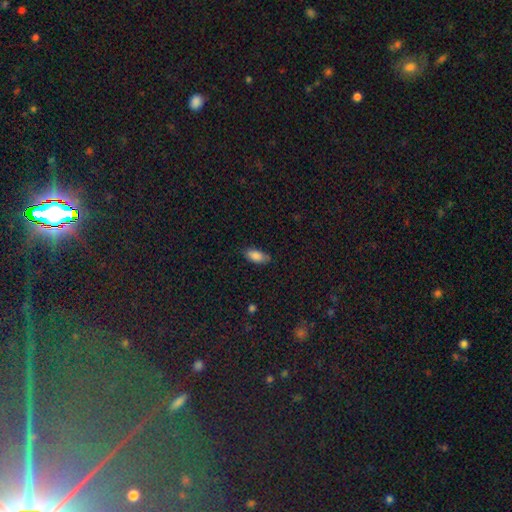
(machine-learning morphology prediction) Smooth or featured? smooth (86%)
How rounded? in between (90%)
Merging? none (80%)